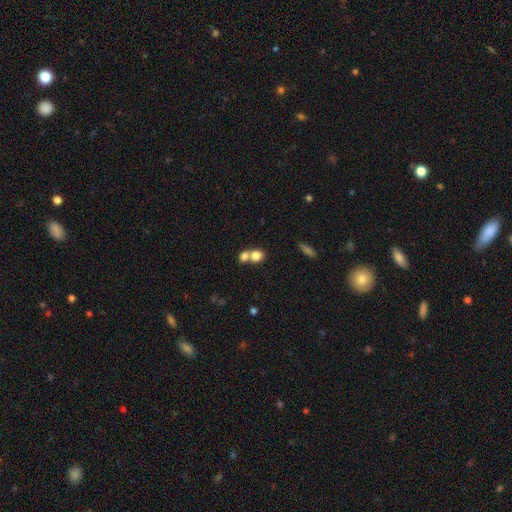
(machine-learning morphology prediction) smooth 79%, featured or disk 12%, star or artifact 10%. Down the decision tree: how rounded — round (61%); merging — merger (60%).